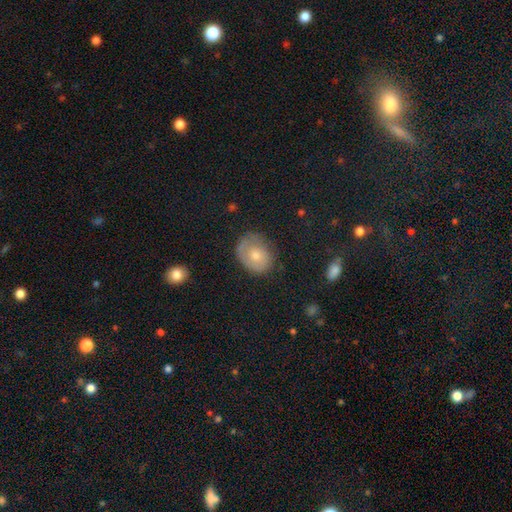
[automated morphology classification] smooth_or_featured: smooth (p=0.59) [alt: featured or disk p=0.31]
how_rounded: round (p=0.53) [alt: in between p=0.46]
merging: none (p=0.65) [alt: minor disturbance p=0.24]